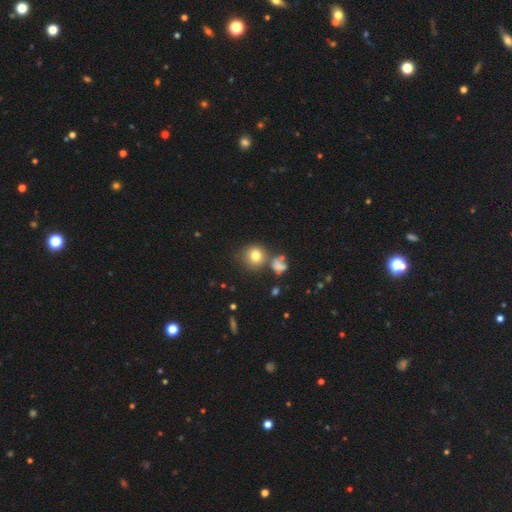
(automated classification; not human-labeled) Overall: smooth (78%). How rounded: round (84%). Merging: none (65%).